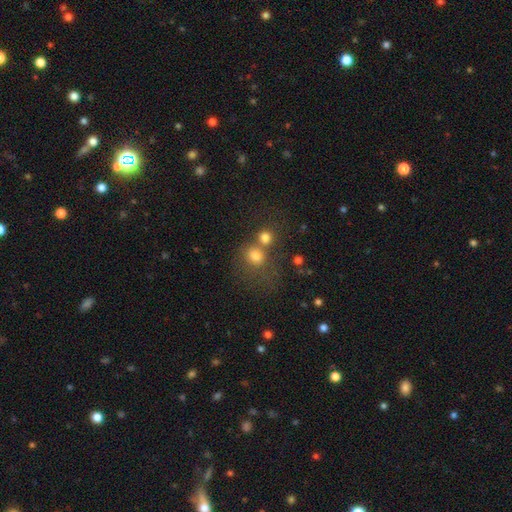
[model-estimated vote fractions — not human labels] A smooth galaxy with no disk features (73%) that is round (78%). Merging: merger (45%).